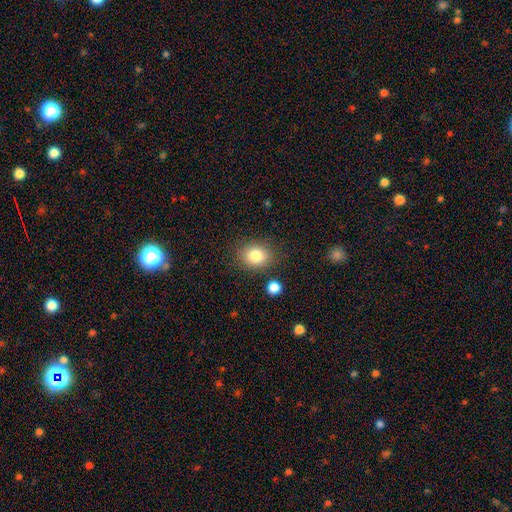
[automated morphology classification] A smooth galaxy with no disk features (82%) that is round (59%). Merging: none (82%).